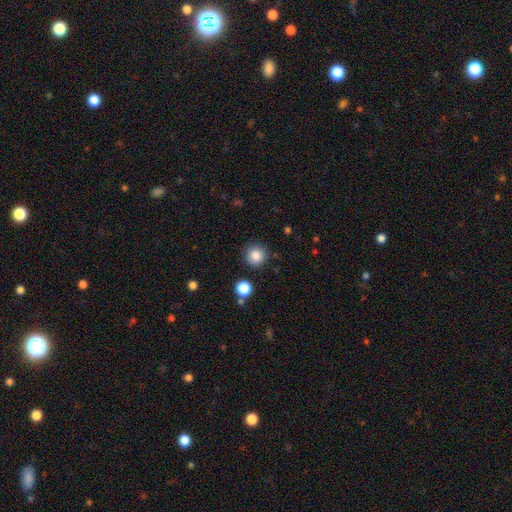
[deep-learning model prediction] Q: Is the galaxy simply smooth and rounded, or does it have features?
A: smooth — 85%.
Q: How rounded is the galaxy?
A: round — 94%.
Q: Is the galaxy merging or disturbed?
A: none — 88%.